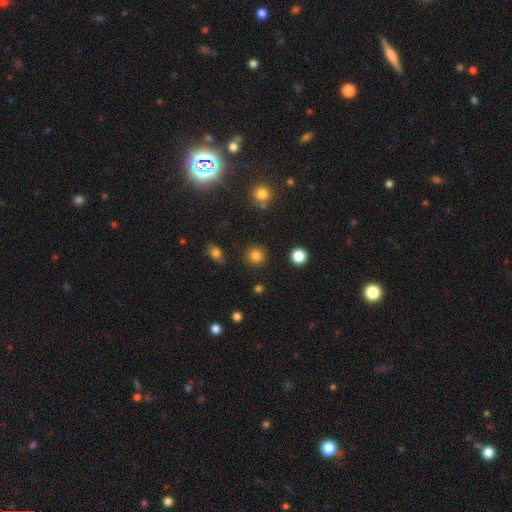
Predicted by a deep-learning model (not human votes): Q: Smooth or featured?
A: smooth (83%); runner-up: star or artifact (12%)
Q: How rounded?
A: round (94%); runner-up: in between (5%)
Q: Merging?
A: none (90%); runner-up: minor disturbance (6%)